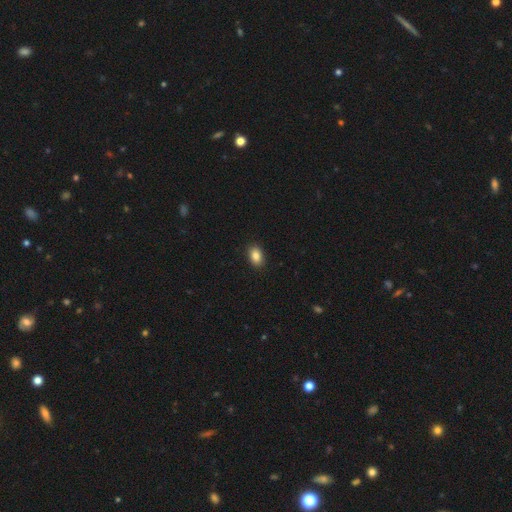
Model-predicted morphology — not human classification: This appears to be a smooth galaxy with no disk features (87%) that is in between round and cigar-shaped (84%). Merging: none (90%).